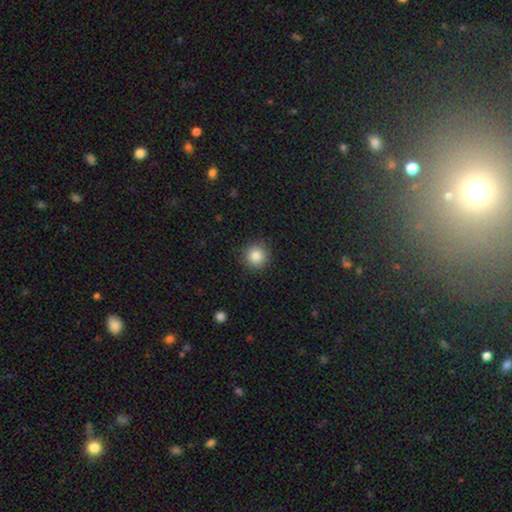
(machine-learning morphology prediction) Smooth or featured: smooth — 85% (star or artifact — 10%)
How rounded: round — 94% (in between — 5%)
Merging: none — 91% (minor disturbance — 6%)